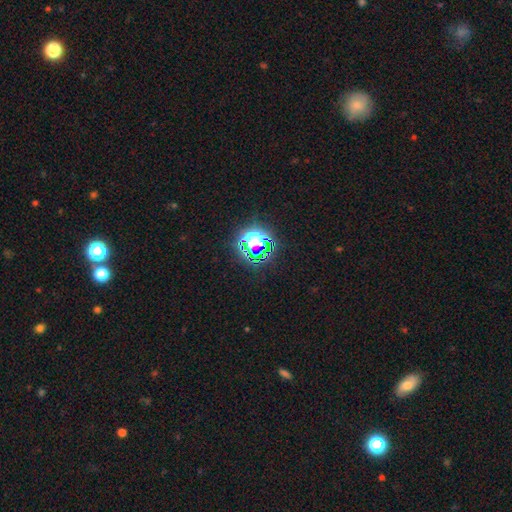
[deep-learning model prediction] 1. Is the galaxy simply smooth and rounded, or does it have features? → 72% star or artifact, 18% smooth, 10% featured or disk.